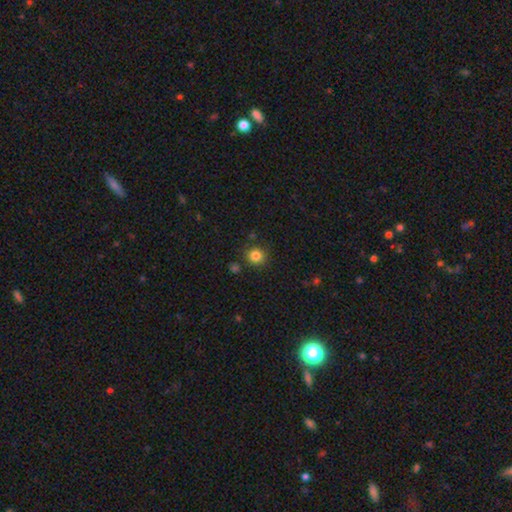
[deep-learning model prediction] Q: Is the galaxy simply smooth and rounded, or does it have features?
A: smooth — 83%.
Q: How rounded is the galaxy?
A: round — 92%.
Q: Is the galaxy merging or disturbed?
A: none — 86%.